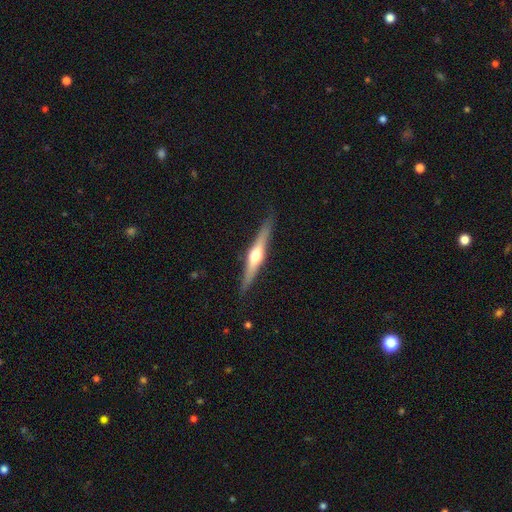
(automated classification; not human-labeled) This appears to be a featured or disk galaxy (72%) viewed edge-on (97%) with a rounded central bulge (93%). Merging: none (89%).